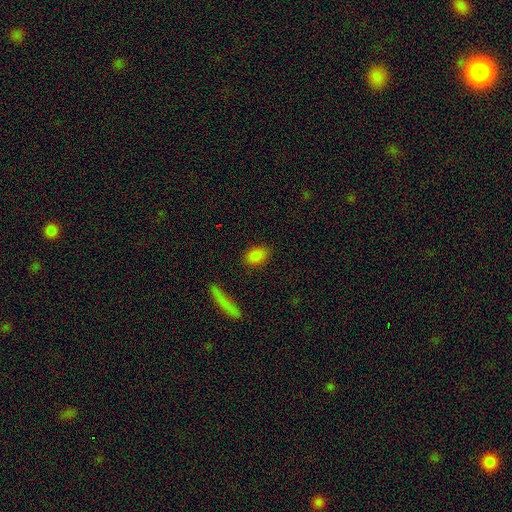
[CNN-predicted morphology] Smooth or featured: smooth — 85% (star or artifact — 9%)
How rounded: in between — 85% (round — 12%)
Merging: none — 85% (minor disturbance — 10%)